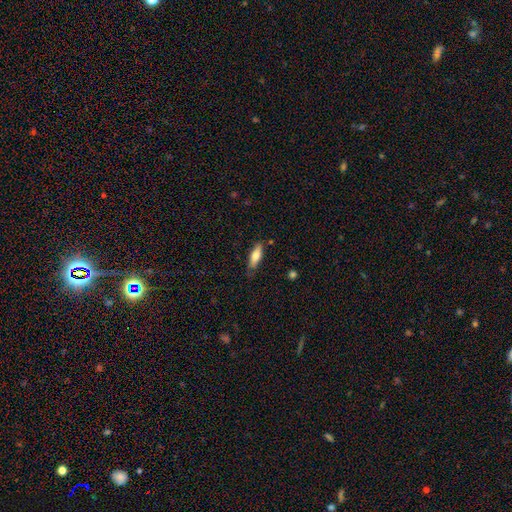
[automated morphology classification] Overall: smooth (73%). How rounded: in between (52%; cigar-shaped 46%). Merging: none (77%).